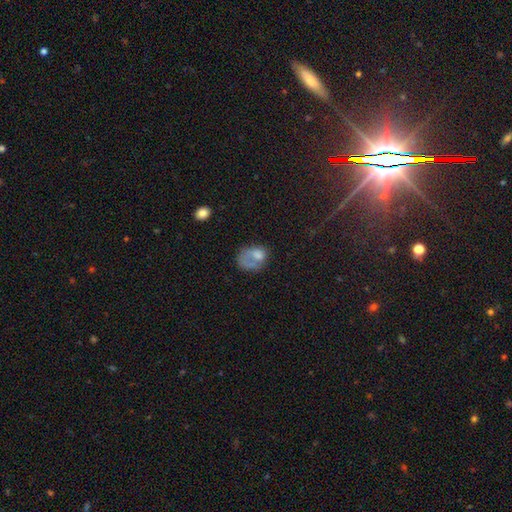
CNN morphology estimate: smooth_or_featured: smooth (p=0.60) [alt: featured or disk p=0.30]
how_rounded: in between (p=0.66) [alt: round p=0.33]
merging: major disturbance (p=0.41) [alt: none p=0.28]